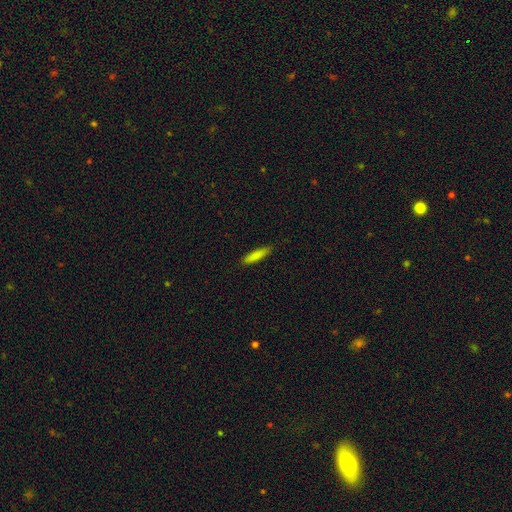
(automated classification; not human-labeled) smooth 81%, featured or disk 12%, star or artifact 7%. Down the decision tree: how rounded — cigar-shaped (83%); merging — none (88%).